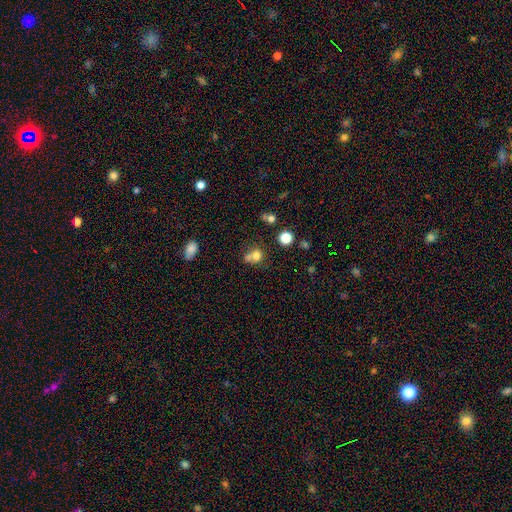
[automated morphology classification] A smooth galaxy with no disk features (73%) that is round (70%).

Vote fractions:
- Smooth or featured? smooth: 73% / star or artifact: 14% / featured or disk: 13%
- How rounded? round: 70% / in between: 29% / cigar-shaped: 1%
- Merging? merger: 45% / none: 37% / minor disturbance: 12% / major disturbance: 7%